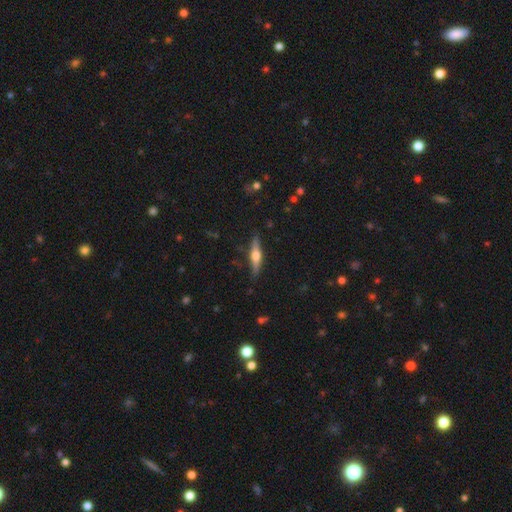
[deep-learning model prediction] Overall: featured or disk (66%; smooth 28%). Edge-on disk: yes (97%). Edge-on bulge: rounded (94%). Merging: none (87%).